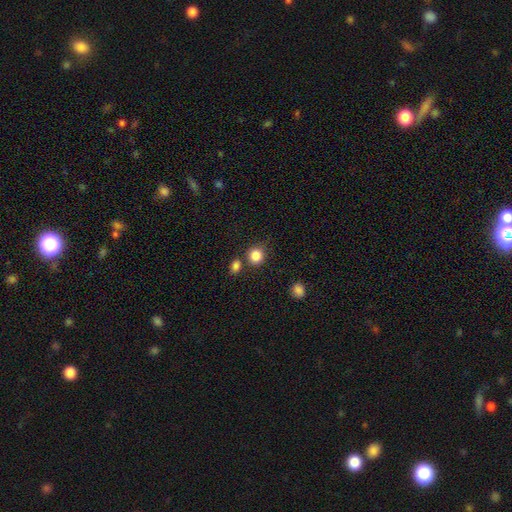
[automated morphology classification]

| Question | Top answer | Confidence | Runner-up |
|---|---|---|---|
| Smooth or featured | smooth | 85% | star or artifact (11%) |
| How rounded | round | 81% | in between (18%) |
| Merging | none | 72% | merger (13%) |